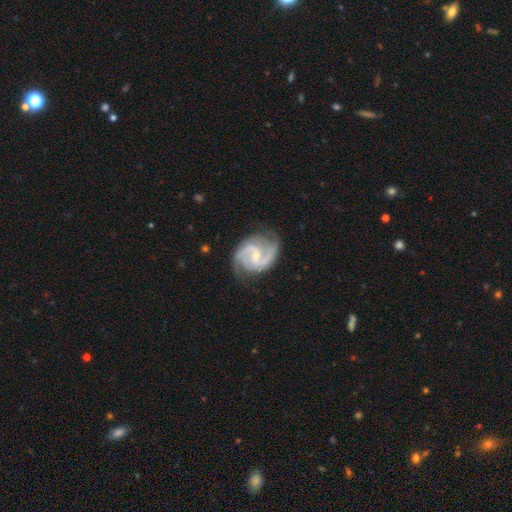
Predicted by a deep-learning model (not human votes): Smooth or featured: featured or disk — 92% (smooth — 4%)
Edge-on disk: no — 98% (yes — 2%)
Bar: weak — 51% (no — 35%)
Spiral arms: yes — 98% (no — 2%)
Spiral winding: medium — 59% (tight — 26%)
Spiral arm count: 2 — 86% (3 — 7%)
Bulge size: small — 61% (moderate — 33%)
Merging: none — 77% (minor disturbance — 17%)